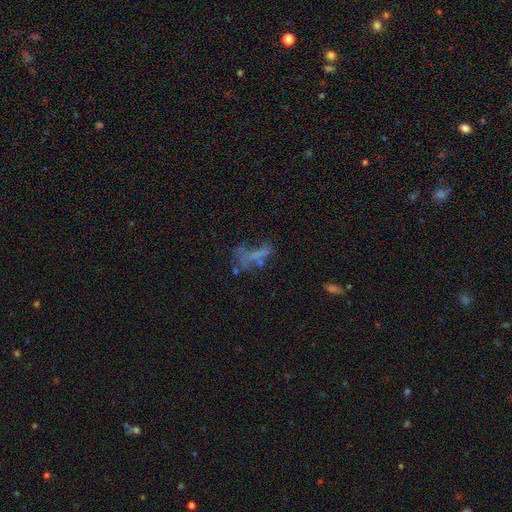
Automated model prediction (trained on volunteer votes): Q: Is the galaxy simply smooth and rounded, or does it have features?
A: smooth — 38%.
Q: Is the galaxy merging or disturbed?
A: major disturbance — 35%.